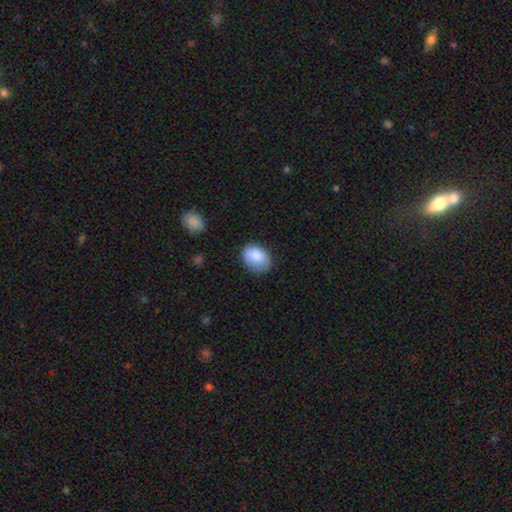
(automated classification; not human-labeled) Smooth or featured? Predicted: smooth (p=0.85). How rounded? Predicted: in between (p=0.74). Merging? Predicted: none (p=0.75).